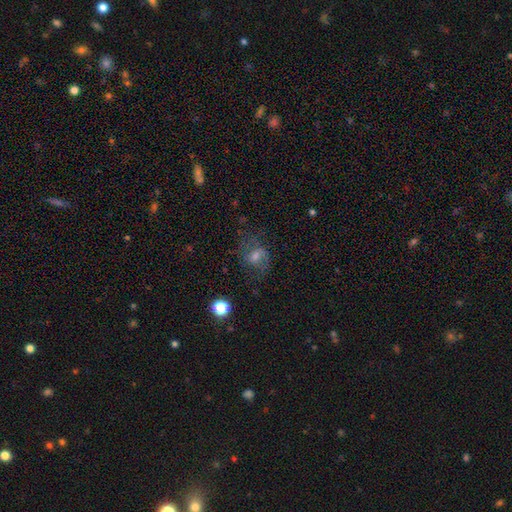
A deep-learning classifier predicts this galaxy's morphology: Q: Smooth or featured?
A: featured or disk (45%); runner-up: smooth (35%)
Q: Merging?
A: none (58%); runner-up: minor disturbance (20%)